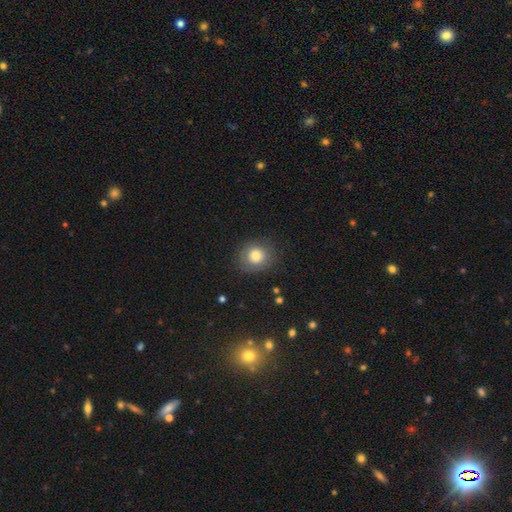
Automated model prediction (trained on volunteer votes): Smooth or featured?
  - smooth: 75% *
  - featured or disk: 16%
  - star or artifact: 10%
How rounded?
  - round: 85% *
  - in between: 14%
  - cigar-shaped: 1%
Merging?
  - none: 79% *
  - minor disturbance: 13%
  - major disturbance: 6%
  - merger: 1%